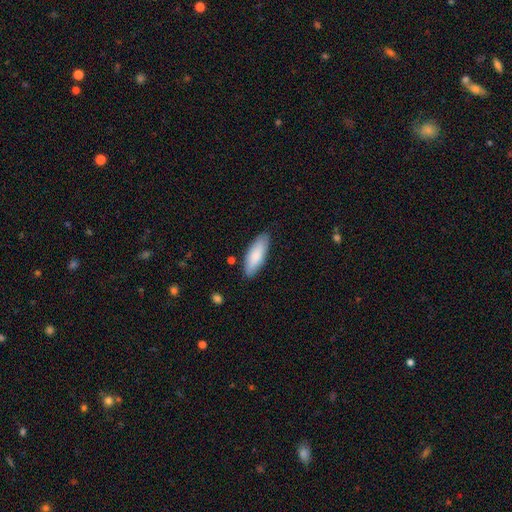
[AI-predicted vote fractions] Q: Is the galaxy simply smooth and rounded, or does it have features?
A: smooth — 82%.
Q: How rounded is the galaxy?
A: in between — 60%.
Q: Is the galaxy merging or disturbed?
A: none — 84%.